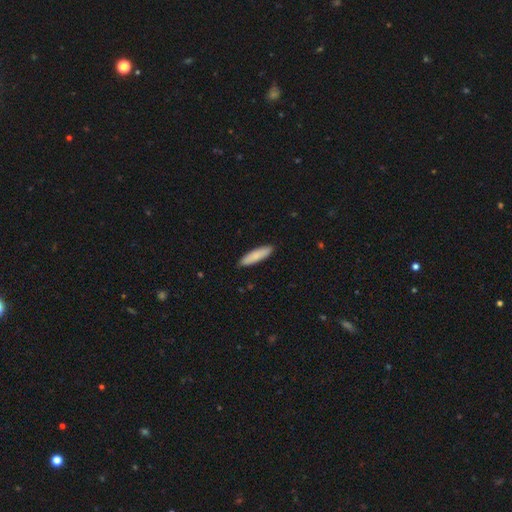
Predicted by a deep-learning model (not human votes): Smooth or featured? Predicted: smooth (p=0.85). How rounded? Predicted: cigar-shaped (p=0.73). Merging? Predicted: none (p=0.91).